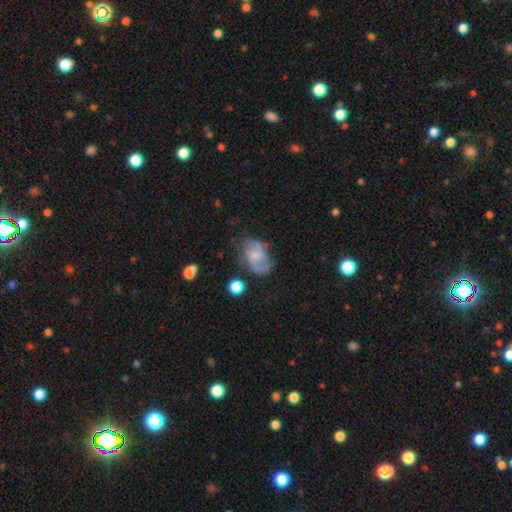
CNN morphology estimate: Smooth or featured: featured or disk — 65% (smooth — 27%)
Edge-on disk: no — 97% (yes — 3%)
Bar: no — 52% (weak — 41%)
Spiral arms: yes — 88% (no — 12%)
Spiral winding: medium — 47% (loose — 34%)
Spiral arm count: 2 — 79% (can't tell — 12%)
Bulge size: small — 48% (moderate — 34%)
Merging: none — 58% (minor disturbance — 26%)